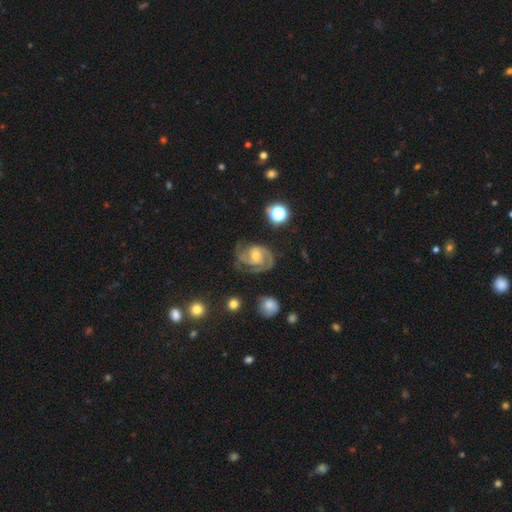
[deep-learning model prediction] Smooth or featured? featured or disk (88%)
Edge-on disk? no (98%)
Bar? no (54%)
Spiral arms? yes (97%)
Spiral winding? tight (49%)
Spiral arm count? 2 (56%)
Bulge size? moderate (57%)
Merging? none (65%)